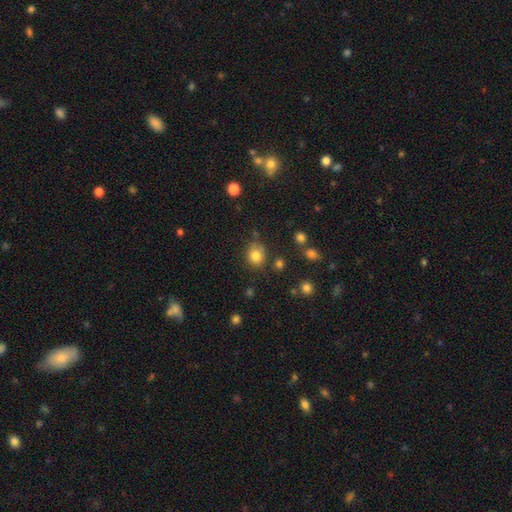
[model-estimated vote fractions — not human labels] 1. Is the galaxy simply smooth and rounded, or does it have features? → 81% smooth, 12% star or artifact, 7% featured or disk.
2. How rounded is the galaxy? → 73% round, 26% in between, 1% cigar-shaped.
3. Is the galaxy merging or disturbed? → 72% none, 17% minor disturbance, 6% merger, 5% major disturbance.